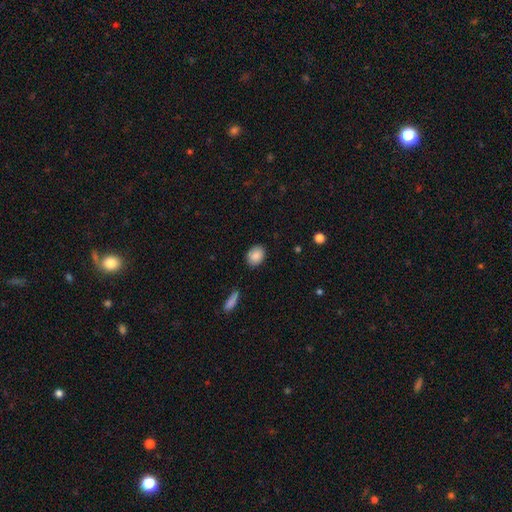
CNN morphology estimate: Q: Smooth or featured?
A: smooth (87%); runner-up: star or artifact (7%)
Q: How rounded?
A: in between (61%); runner-up: round (37%)
Q: Merging?
A: none (85%); runner-up: minor disturbance (11%)